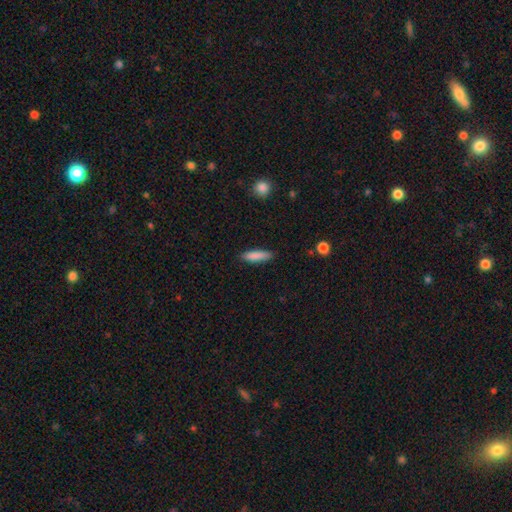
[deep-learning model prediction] Morphology: type=smooth (86%); roundness=cigar-shaped (73%); merging=none (87%).